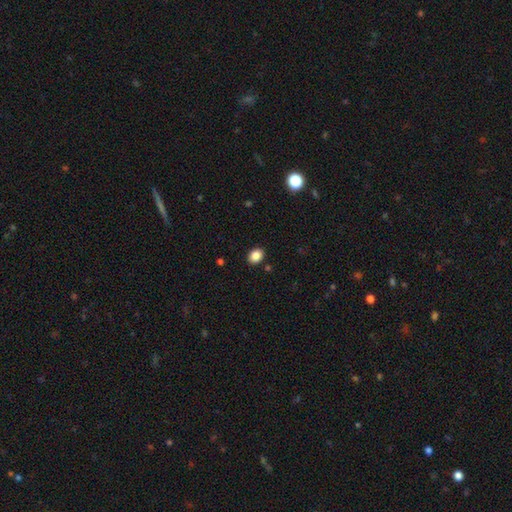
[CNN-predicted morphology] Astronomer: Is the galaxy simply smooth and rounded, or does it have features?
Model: smooth — 87%.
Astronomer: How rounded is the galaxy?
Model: in between — 60% (runner-up: round, 39%).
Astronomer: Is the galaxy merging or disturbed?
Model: none — 89%.